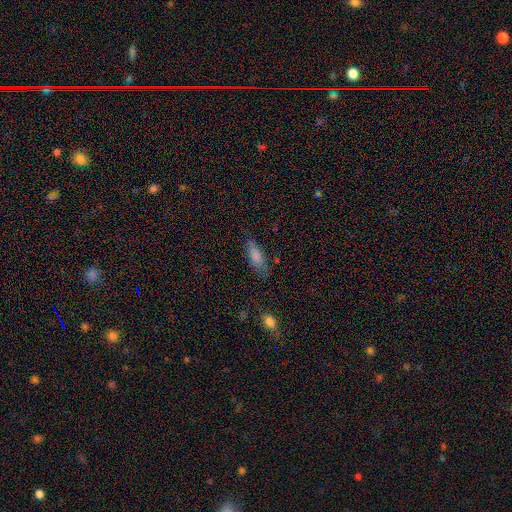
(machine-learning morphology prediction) type=smooth (78%); roundness=in between (62%); merging=none (68%).